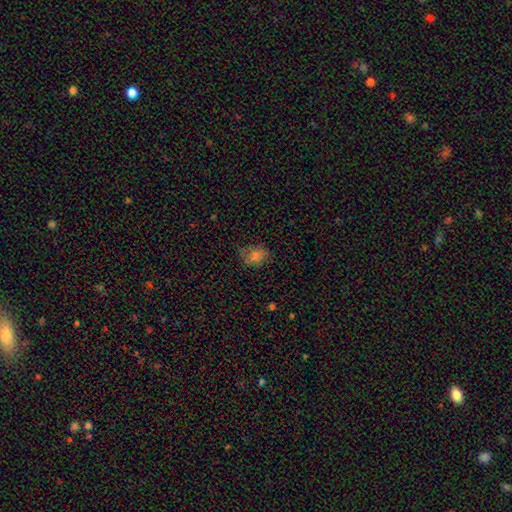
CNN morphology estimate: This is likely a smooth galaxy (66%). How rounded: likely in between (62%). Merging: likely none (65%).